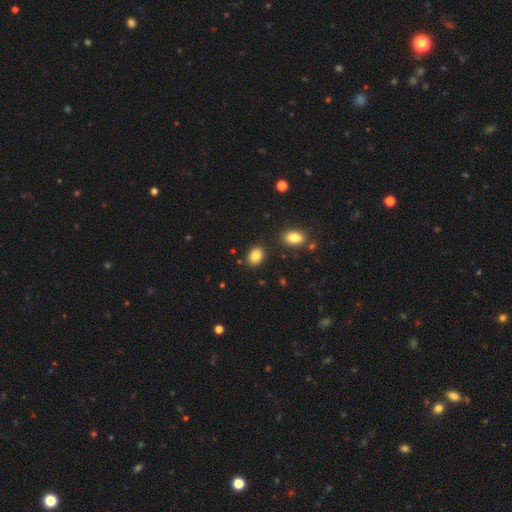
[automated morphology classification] Smooth or featured?
  - smooth: 85% *
  - star or artifact: 9%
  - featured or disk: 6%
How rounded?
  - in between: 65% *
  - round: 34%
  - cigar-shaped: 1%
Merging?
  - none: 86% *
  - minor disturbance: 8%
  - merger: 3%
  - major disturbance: 2%